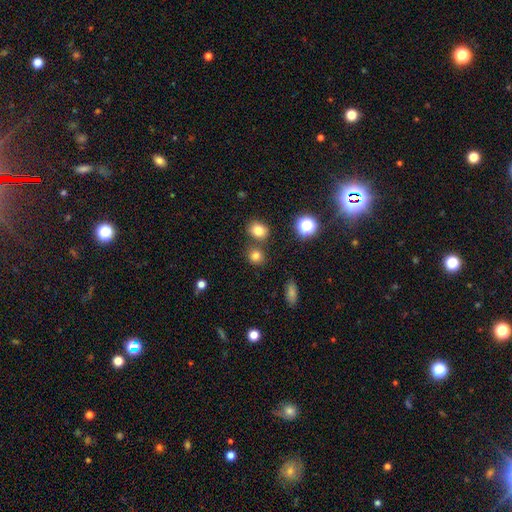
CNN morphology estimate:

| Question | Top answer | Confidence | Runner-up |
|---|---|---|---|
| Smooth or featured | smooth | 78% | star or artifact (15%) |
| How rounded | round | 80% | in between (19%) |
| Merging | none | 73% | merger (15%) |